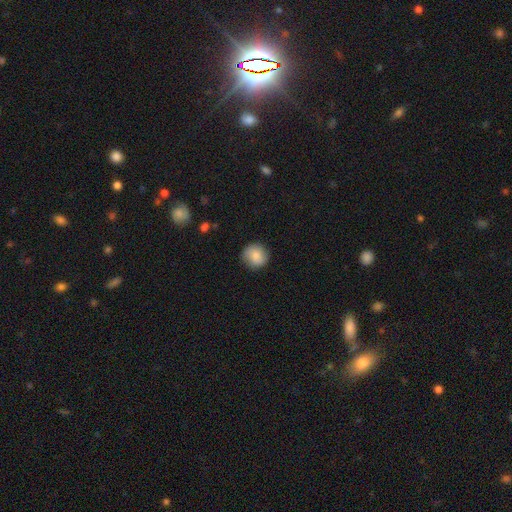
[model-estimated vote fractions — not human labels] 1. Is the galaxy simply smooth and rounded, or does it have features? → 83% smooth, 9% featured or disk, 8% star or artifact.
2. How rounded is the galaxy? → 91% round, 8% in between, 1% cigar-shaped.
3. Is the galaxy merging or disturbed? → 83% none, 13% minor disturbance, 3% major disturbance, 1% merger.